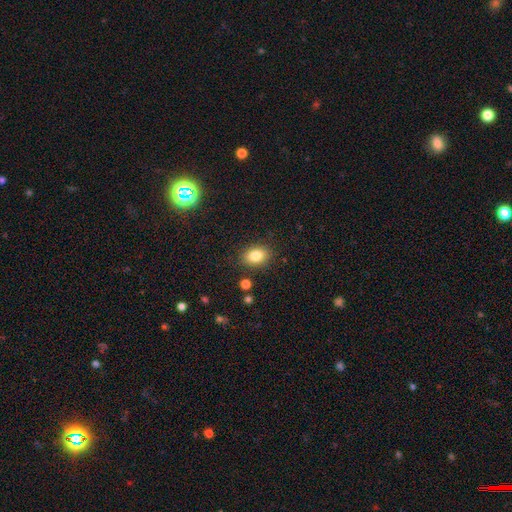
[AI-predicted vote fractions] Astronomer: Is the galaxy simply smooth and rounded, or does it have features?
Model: smooth — 82%.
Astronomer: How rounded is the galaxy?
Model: in between — 77%.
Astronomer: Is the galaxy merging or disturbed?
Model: none — 86%.